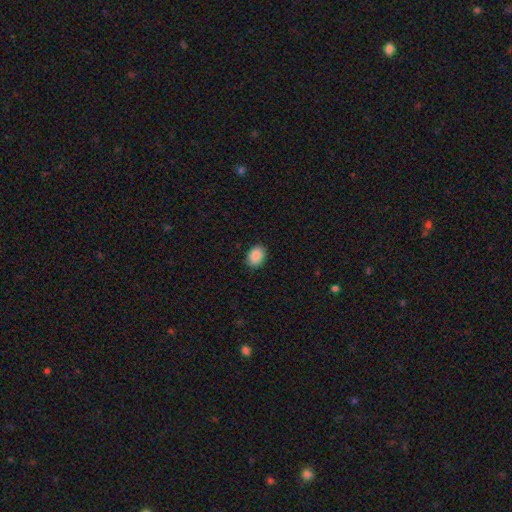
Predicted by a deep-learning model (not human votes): This is clearly a smooth galaxy (90%). How rounded: likely in between (73%). Merging: clearly none (89%).